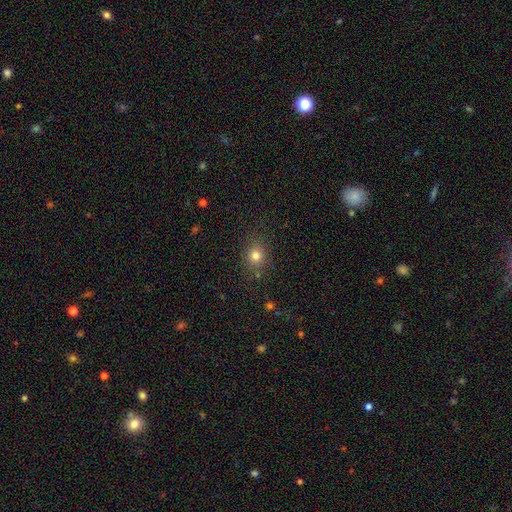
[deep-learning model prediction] Overall: smooth (77%). How rounded: round (74%). Merging: none (82%).